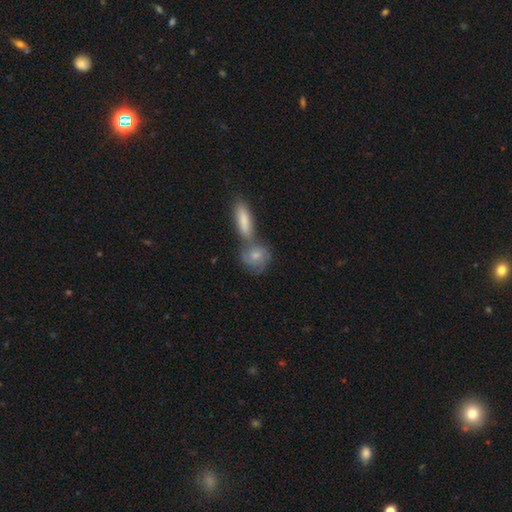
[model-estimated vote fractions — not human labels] smooth 47%, featured or disk 46%, star or artifact 7%. Down the decision tree: merging — merger (45%).